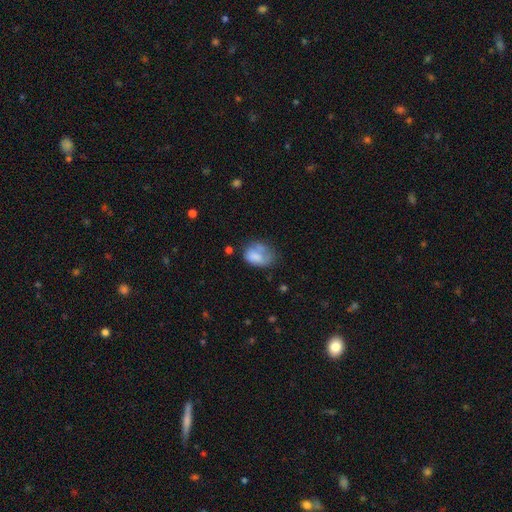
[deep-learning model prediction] A smooth galaxy with no disk features (66%) that is in between round and cigar-shaped (73%). Merging: none (35%).